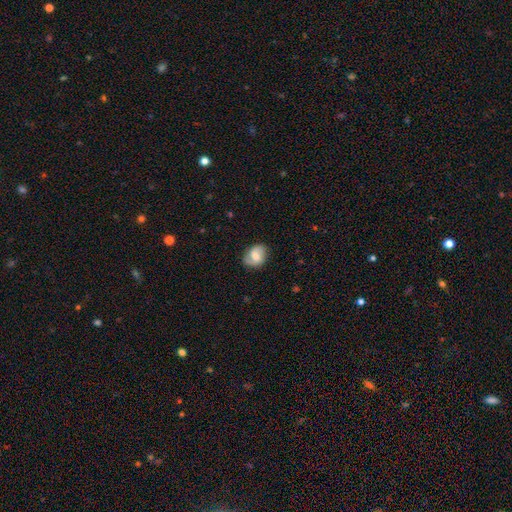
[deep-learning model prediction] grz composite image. It shows a smooth galaxy with no disk features (46%, tied with featured or disk). Merging: none (76%).